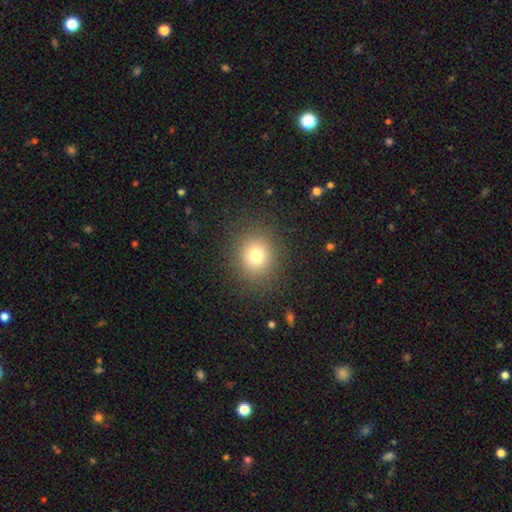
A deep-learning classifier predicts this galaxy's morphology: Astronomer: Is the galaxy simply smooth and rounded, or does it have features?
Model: smooth — 75%.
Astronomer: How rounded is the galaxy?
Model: round — 86%.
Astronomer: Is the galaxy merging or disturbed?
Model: none — 89%.